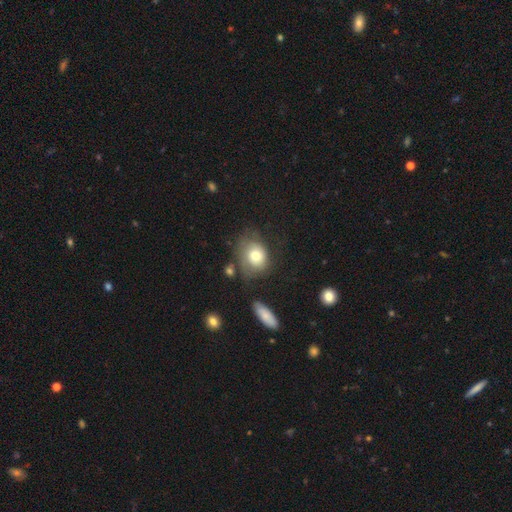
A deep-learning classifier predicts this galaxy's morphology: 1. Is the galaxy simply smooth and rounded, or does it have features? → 67% smooth, 24% featured or disk, 9% star or artifact.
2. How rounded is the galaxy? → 58% round, 41% in between, 1% cigar-shaped.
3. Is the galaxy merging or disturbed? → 50% none, 25% minor disturbance, 18% major disturbance, 6% merger.